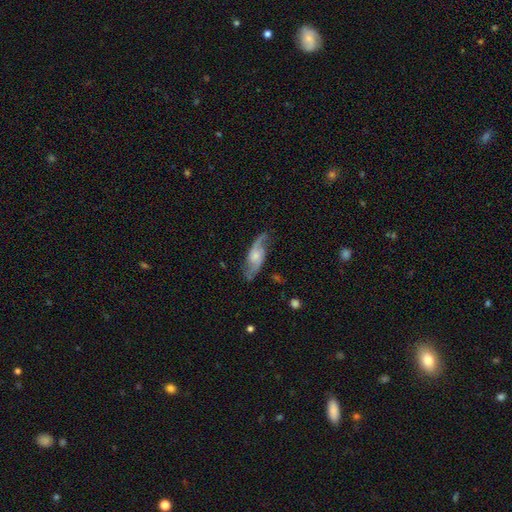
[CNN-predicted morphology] smooth_or_featured: featured or disk (p=0.79) [alt: smooth p=0.15]
disk_edge_on: no (p=0.90) [alt: yes p=0.10]
bar: no (p=0.60) [alt: weak p=0.34]
has_spiral_arms: yes (p=0.95) [alt: no p=0.05]
spiral_winding: loose (p=0.54) [alt: medium p=0.36]
spiral_arm_count: 2 (p=0.90) [alt: can't tell p=0.04]
bulge_size: small (p=0.42) [alt: moderate p=0.35]
merging: none (p=0.75) [alt: minor disturbance p=0.17]